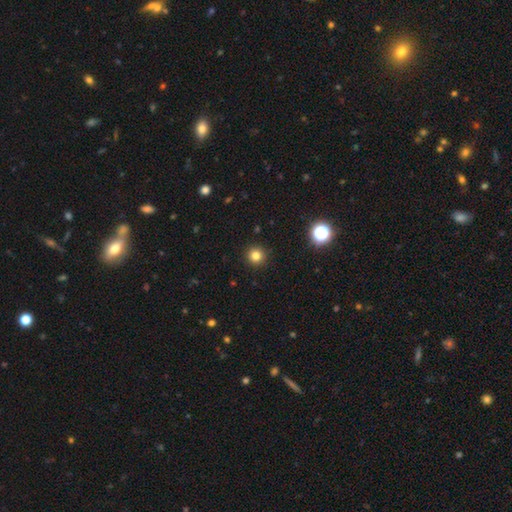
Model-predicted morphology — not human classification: Q: Smooth or featured?
A: smooth (81%); runner-up: star or artifact (14%)
Q: How rounded?
A: round (95%); runner-up: in between (4%)
Q: Merging?
A: none (92%); runner-up: minor disturbance (5%)